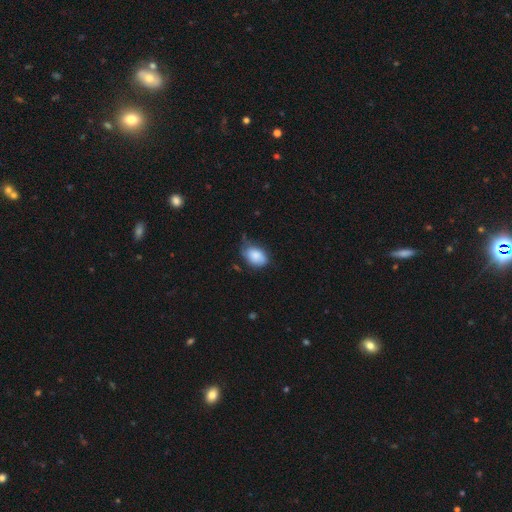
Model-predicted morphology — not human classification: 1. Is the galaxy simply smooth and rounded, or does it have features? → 82% smooth, 11% featured or disk, 7% star or artifact.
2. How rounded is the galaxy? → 83% in between, 16% round, 1% cigar-shaped.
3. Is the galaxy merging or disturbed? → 45% none, 41% minor disturbance, 11% major disturbance, 3% merger.